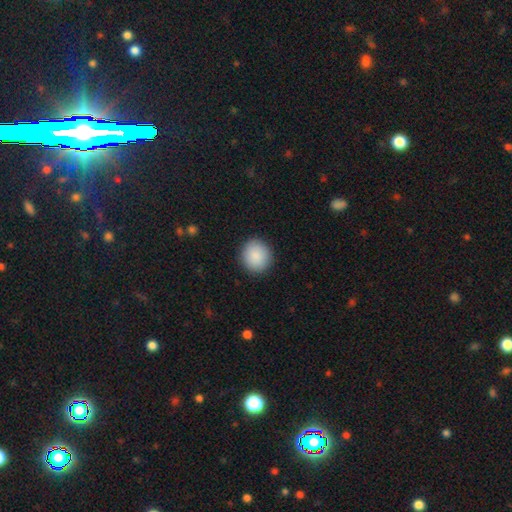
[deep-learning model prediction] smooth-or-featured: smooth: 89% | star or artifact: 7% | featured or disk: 4%
  how-rounded: round: 88% | in between: 11% | cigar-shaped: 1%
  merging: none: 91% | minor disturbance: 6% | major disturbance: 2% | merger: 1%